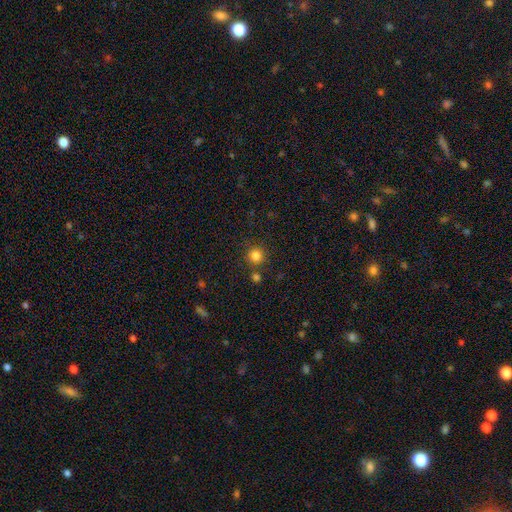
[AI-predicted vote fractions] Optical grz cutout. It shows a smooth galaxy with no disk features (82%) that is round (94%). Merging: none (82%).